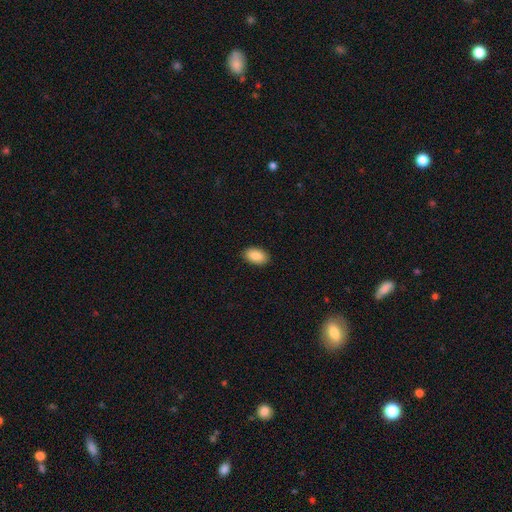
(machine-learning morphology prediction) This appears to be a smooth galaxy with no disk features (88%) that is in between round and cigar-shaped (94%). Merging: none (90%).